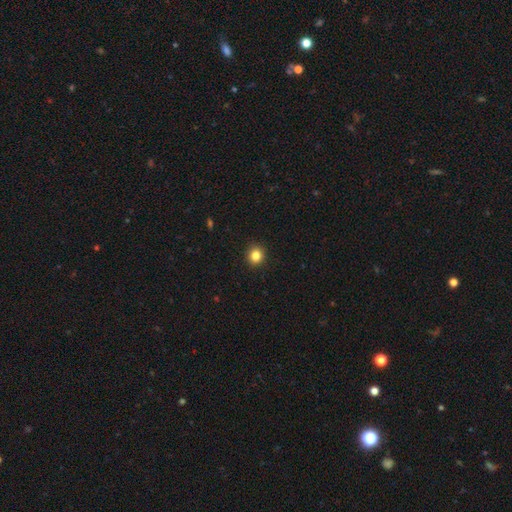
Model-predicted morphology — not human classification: type=smooth (84%); roundness=round (89%); merging=none (93%).